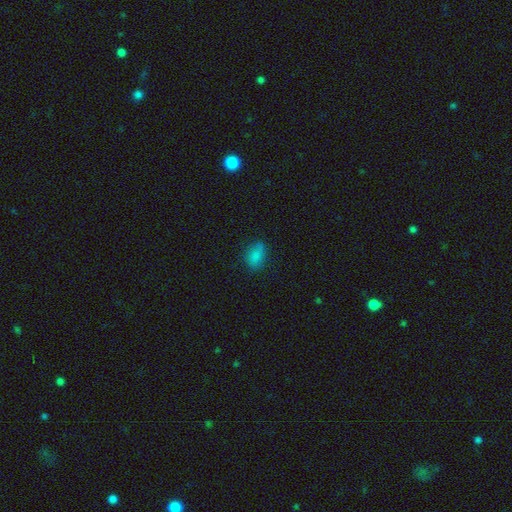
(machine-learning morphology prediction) smooth 82%, star or artifact 12%, featured or disk 6%. Down the decision tree: how rounded — in between (84%); merging — none (75%).